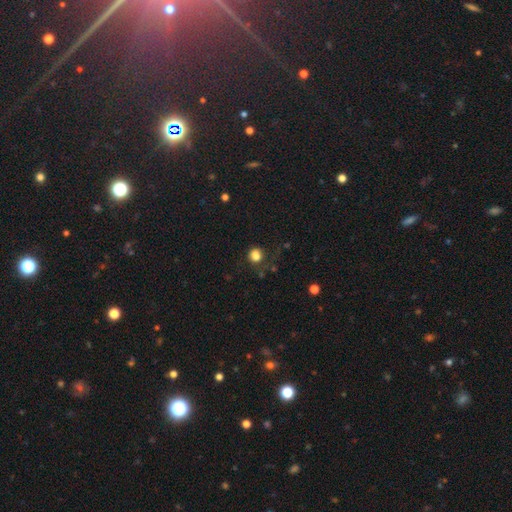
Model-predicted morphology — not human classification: This appears to be a smooth galaxy with no disk features (82%) that is round (79%). Merging: none (70%).